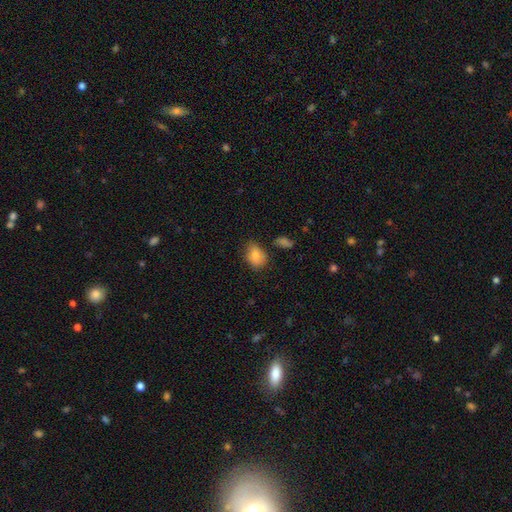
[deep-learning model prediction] This is clearly a smooth galaxy (82%). How rounded: likely in between (68%). Merging: likely none (64%).